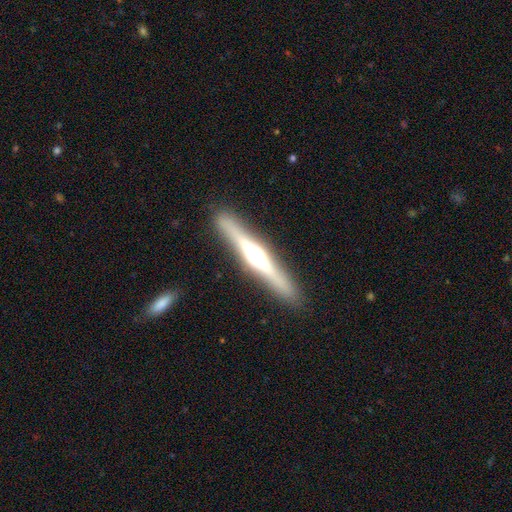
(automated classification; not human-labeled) smooth-or-featured: featured or disk: 74% | smooth: 19% | star or artifact: 7%
  disk-edge-on: yes: 97% | no: 3%
    edge-on-bulge: rounded: 91% | boxy: 6% | none: 3%
  merging: none: 89% | minor disturbance: 7% | major disturbance: 2% | merger: 1%